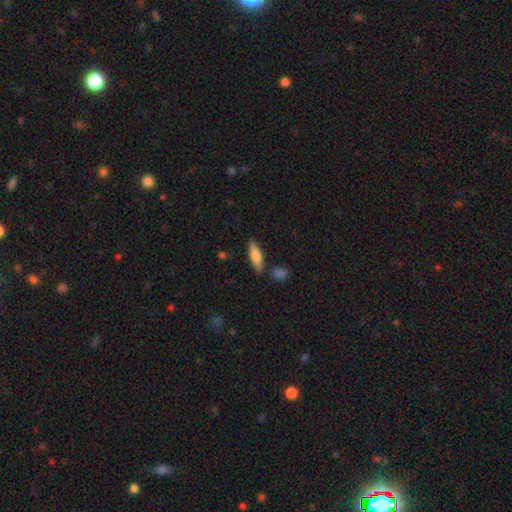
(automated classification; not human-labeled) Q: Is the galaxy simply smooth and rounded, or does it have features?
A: smooth — 72%.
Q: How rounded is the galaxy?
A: cigar-shaped — 49%, tied with in between.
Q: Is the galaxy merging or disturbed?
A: none — 81%.